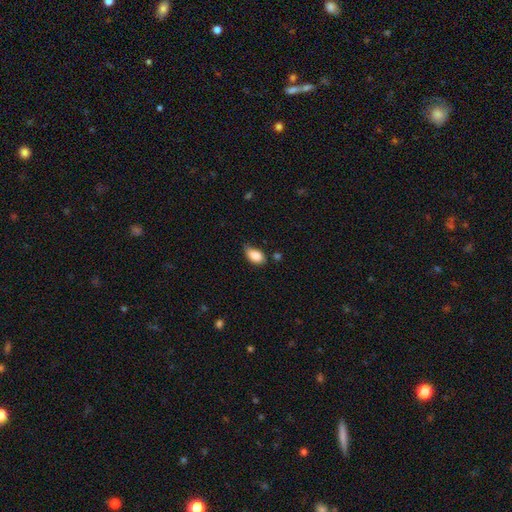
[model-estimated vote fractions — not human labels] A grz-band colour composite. It shows a smooth galaxy with no disk features (86%) that is in between round and cigar-shaped (90%). Merging: none (49%).